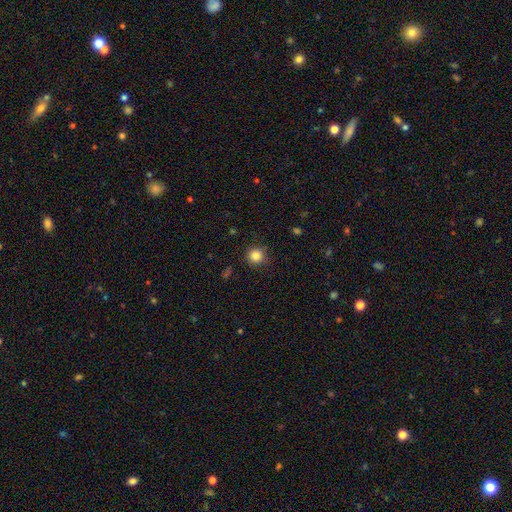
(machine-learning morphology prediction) Overall: smooth (85%). How rounded: round (93%). Merging: none (88%).